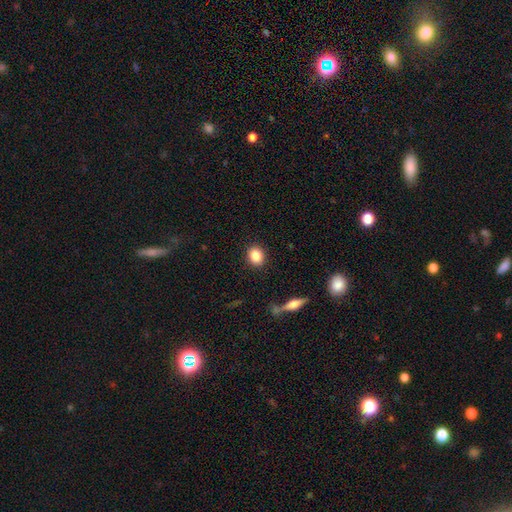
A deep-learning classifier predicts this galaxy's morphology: The model was most divided on "how rounded": round: 64%, in between: 34%, cigar-shaped: 1%. More confident: merging — none (90%); smooth or featured — smooth (85%).